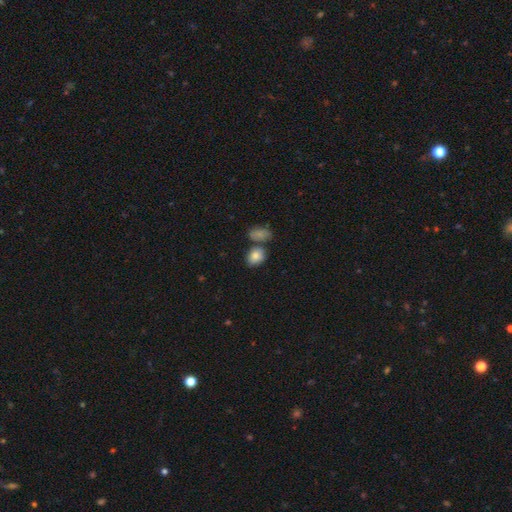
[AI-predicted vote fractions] smooth 83%, star or artifact 9%, featured or disk 8%. Down the decision tree: how rounded — in between (64%); merging — none (61%).